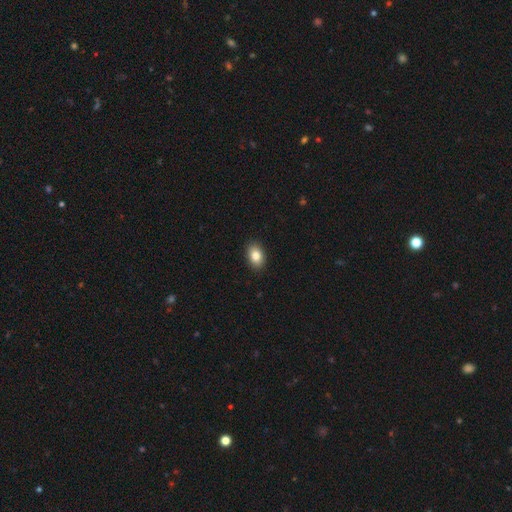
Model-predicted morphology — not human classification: type=smooth (84%); roundness=in between (85%); merging=none (90%).